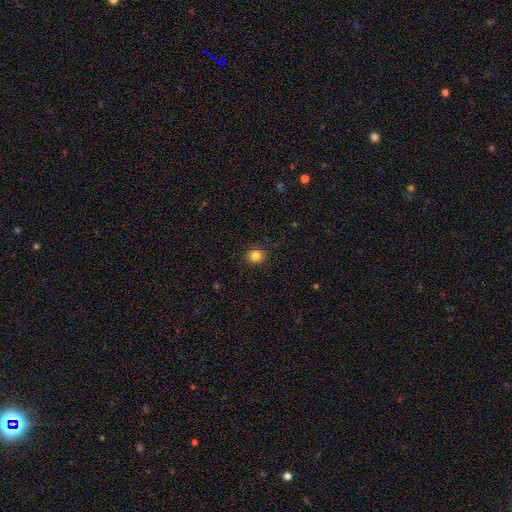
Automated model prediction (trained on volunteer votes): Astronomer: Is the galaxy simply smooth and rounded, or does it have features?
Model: smooth — 84%.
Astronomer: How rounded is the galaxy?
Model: round — 83%.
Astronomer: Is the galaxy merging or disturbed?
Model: none — 91%.